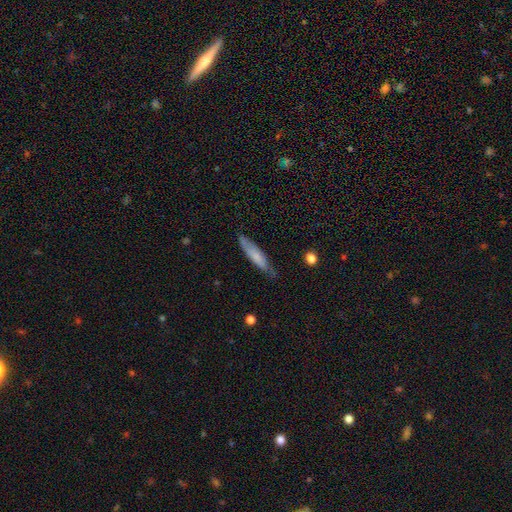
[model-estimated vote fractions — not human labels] Overall: smooth (67%; featured or disk 27%). How rounded: cigar-shaped (81%). Merging: none (69%).